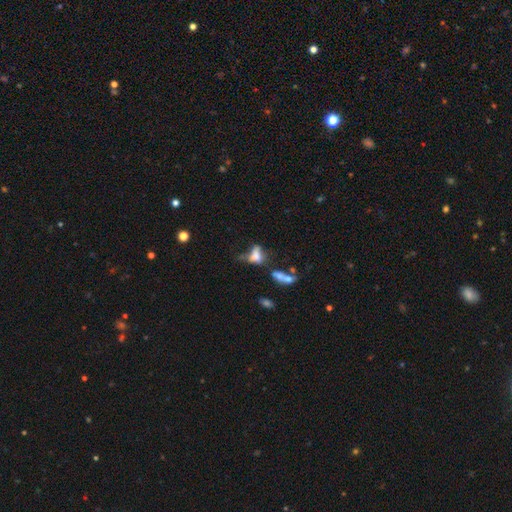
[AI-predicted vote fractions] This is possibly a smooth galaxy (55%). How rounded: likely in between (77%). Merging: marginally major disturbance (31%).